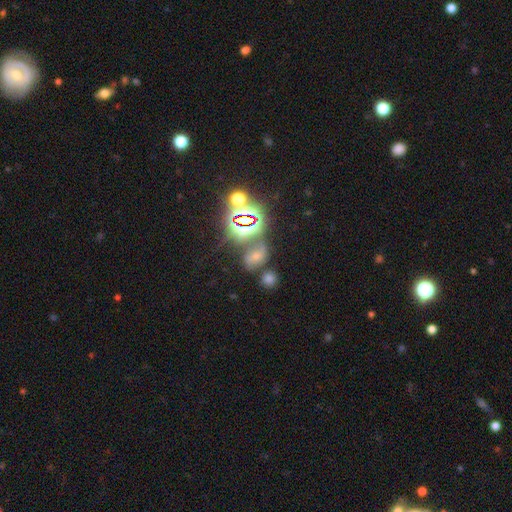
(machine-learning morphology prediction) A star or artifact, not a galaxy (40%).